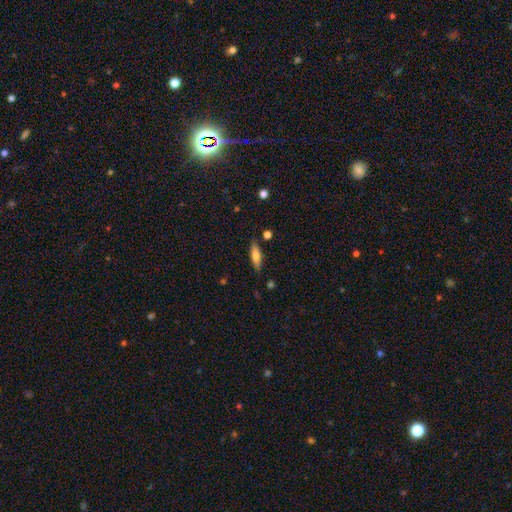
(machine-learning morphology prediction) Smooth or featured: smooth — 68% (featured or disk — 25%)
How rounded: cigar-shaped — 56% (in between — 42%)
Merging: none — 83% (minor disturbance — 12%)